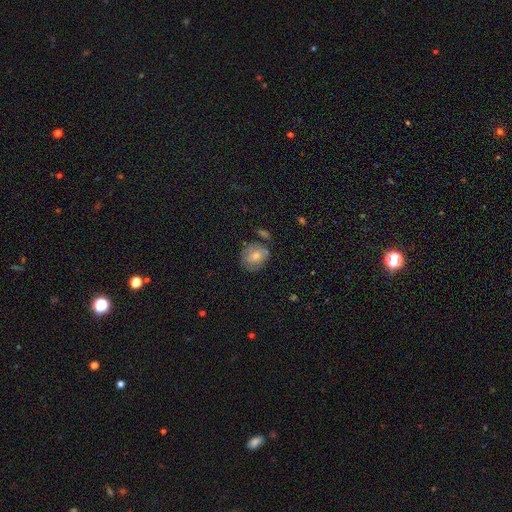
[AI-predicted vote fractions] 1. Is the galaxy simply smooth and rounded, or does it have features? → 67% smooth, 25% featured or disk, 8% star or artifact.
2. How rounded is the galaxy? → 65% round, 34% in between, 1% cigar-shaped.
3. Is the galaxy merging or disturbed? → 61% none, 24% minor disturbance, 8% major disturbance, 7% merger.